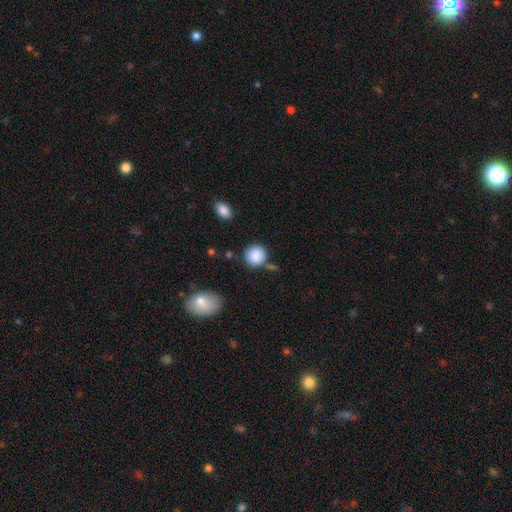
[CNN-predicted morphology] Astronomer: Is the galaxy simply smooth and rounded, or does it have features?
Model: smooth — 88%.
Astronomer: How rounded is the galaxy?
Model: round — 91%.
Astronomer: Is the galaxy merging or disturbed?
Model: none — 76%.